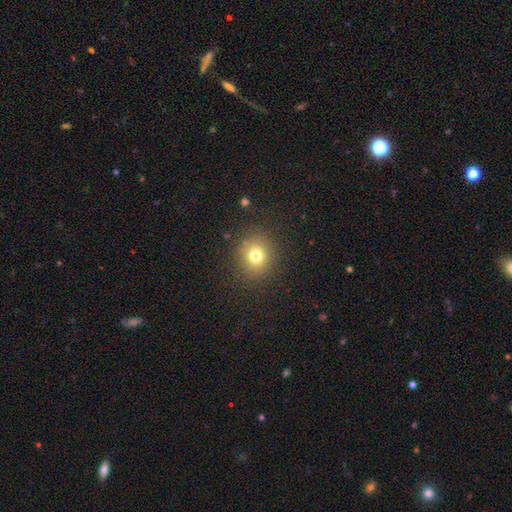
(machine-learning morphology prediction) This is likely a smooth galaxy (76%). How rounded: clearly round (82%). Merging: clearly none (87%).